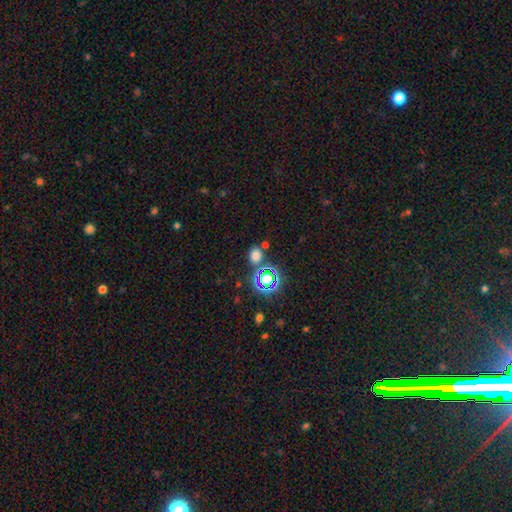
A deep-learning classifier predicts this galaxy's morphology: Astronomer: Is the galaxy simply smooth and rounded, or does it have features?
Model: smooth — 66%.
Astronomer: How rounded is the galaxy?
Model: round — 65%.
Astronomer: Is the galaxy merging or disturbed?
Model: none — 73%.